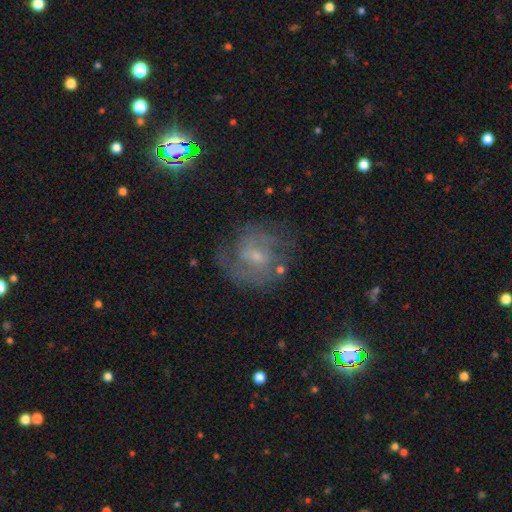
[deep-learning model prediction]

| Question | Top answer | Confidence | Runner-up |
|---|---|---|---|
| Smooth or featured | featured or disk | 67% | smooth (21%) |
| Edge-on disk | no | 97% | yes (3%) |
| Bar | weak | 49% | no (40%) |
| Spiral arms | yes | 79% | no (21%) |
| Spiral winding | medium | 45% | tight (35%) |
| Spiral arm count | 2 | 45% | can't tell (34%) |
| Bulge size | small | 63% | moderate (27%) |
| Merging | none | 64% | minor disturbance (19%) |